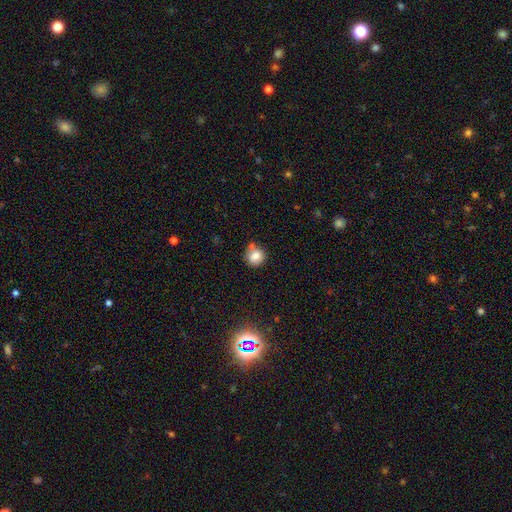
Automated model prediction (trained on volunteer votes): Smooth or featured?
  - smooth: 80% *
  - star or artifact: 11%
  - featured or disk: 9%
How rounded?
  - round: 87% *
  - in between: 12%
  - cigar-shaped: 1%
Merging?
  - none: 66% *
  - minor disturbance: 16%
  - merger: 14%
  - major disturbance: 4%